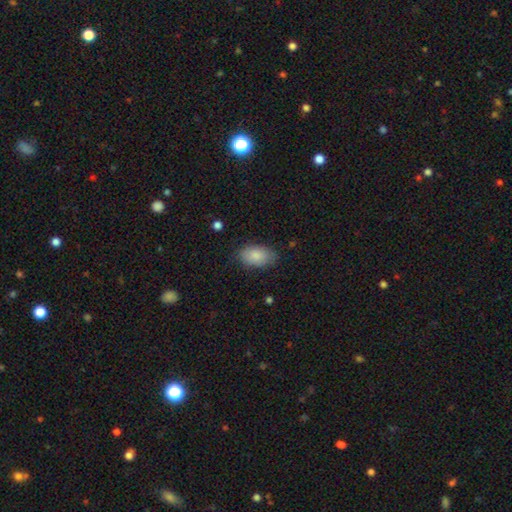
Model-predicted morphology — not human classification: Smooth or featured? Predicted: smooth (p=0.87). How rounded? Predicted: in between (p=0.93). Merging? Predicted: none (p=0.79).